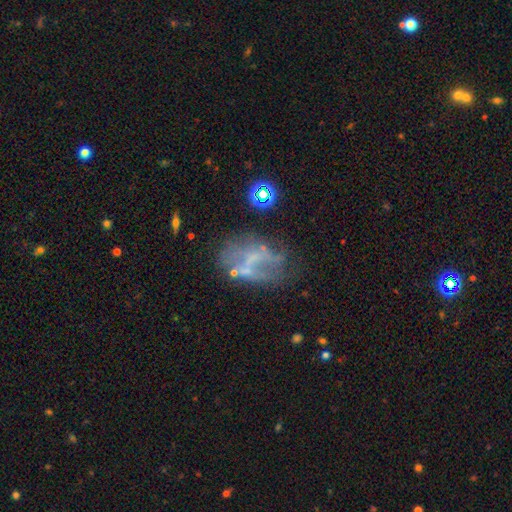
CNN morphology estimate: A featured or disk galaxy (60%) with no bar (66%), no spiral arms (69%) and no central bulge (68%).

Vote fractions:
- Smooth or featured? featured or disk: 60% / smooth: 24% / star or artifact: 16%
- Edge-on disk? no: 97% / yes: 3%
- Bar? no: 66% / weak: 24% / strong: 10%
- Spiral arms? no: 69% / yes: 31%
- Bulge size? none: 68% / small: 19% / moderate: 10% / large: 2% / dominant: 1%
- Merging? none: 39% / major disturbance: 29% / minor disturbance: 21% / merger: 10%